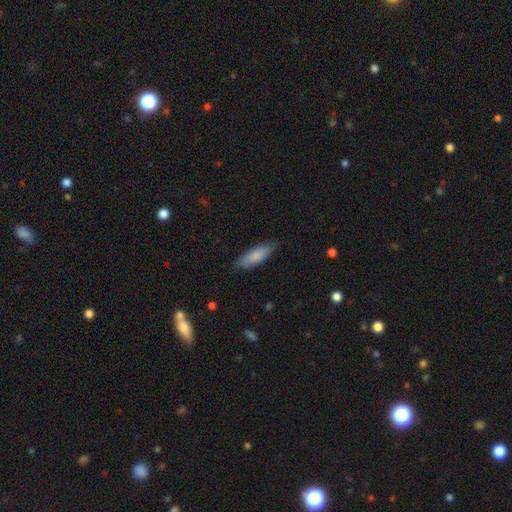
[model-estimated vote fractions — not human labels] Morphology: type=smooth (82%); roundness=in between (54%); merging=none (79%).